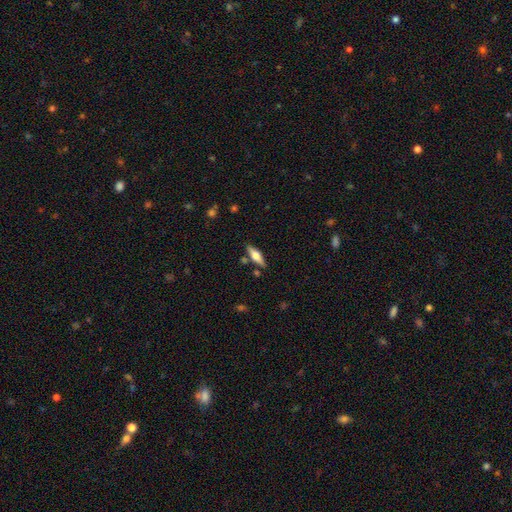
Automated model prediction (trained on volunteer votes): A smooth galaxy with no disk features (48%).

Vote fractions:
- Smooth or featured? smooth: 48% / featured or disk: 46% / star or artifact: 7%
- Merging? none: 82% / minor disturbance: 11% / merger: 5% / major disturbance: 2%